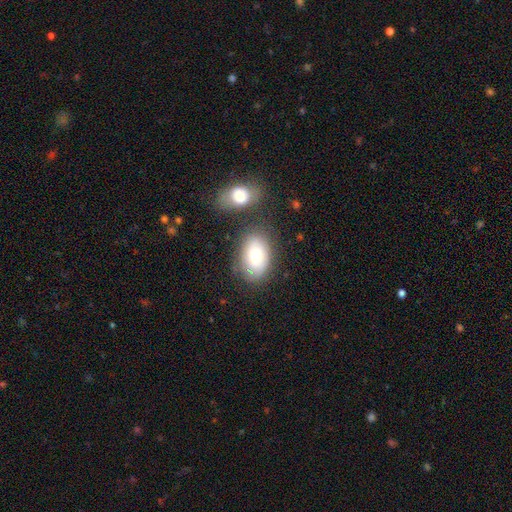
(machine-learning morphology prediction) Smooth or featured? Predicted: smooth (p=0.76). How rounded? Predicted: in between (p=0.88). Merging? Predicted: none (p=0.68).